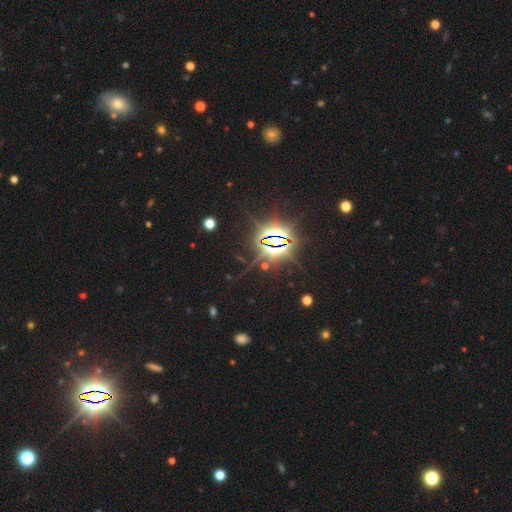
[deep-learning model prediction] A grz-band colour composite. It shows a star or artifact, not a galaxy (86%).